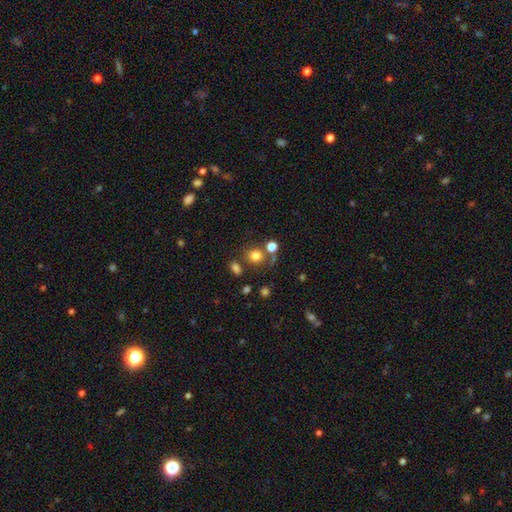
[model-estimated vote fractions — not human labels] The model was most divided on "merging": none: 69%, merger: 16%, minor disturbance: 11%, major disturbance: 5%. More confident: how rounded — round (78%); smooth or featured — smooth (78%).